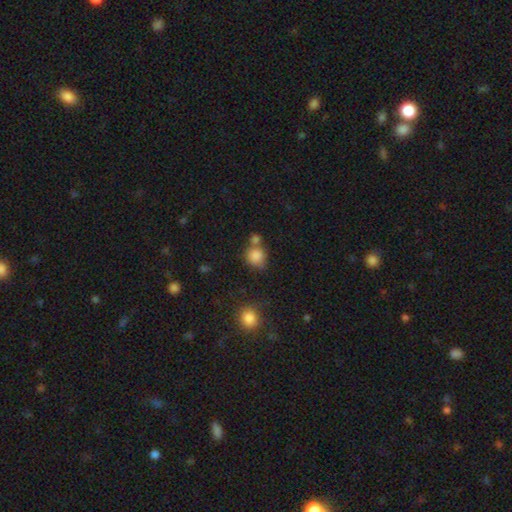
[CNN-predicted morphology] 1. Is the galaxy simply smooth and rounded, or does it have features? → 84% smooth, 10% star or artifact, 5% featured or disk.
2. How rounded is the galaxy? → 82% round, 16% in between, 1% cigar-shaped.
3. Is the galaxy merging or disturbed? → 53% none, 29% merger, 13% minor disturbance, 5% major disturbance.